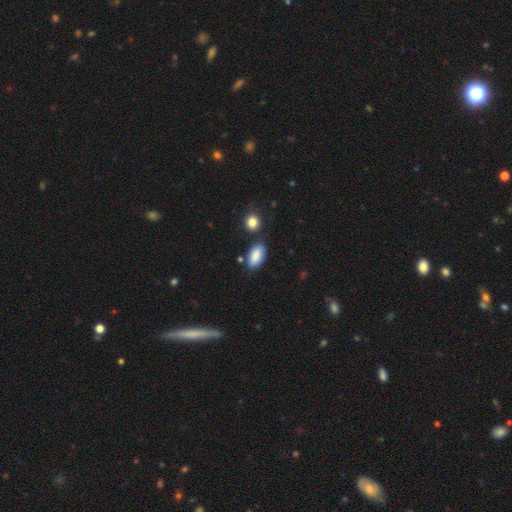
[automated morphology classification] A smooth galaxy with no disk features (88%) that is in between round and cigar-shaped (92%).

Vote fractions:
- Smooth or featured? smooth: 88% / star or artifact: 7% / featured or disk: 6%
- How rounded? in between: 92% / cigar-shaped: 5% / round: 3%
- Merging? none: 76% / minor disturbance: 14% / merger: 7% / major disturbance: 3%